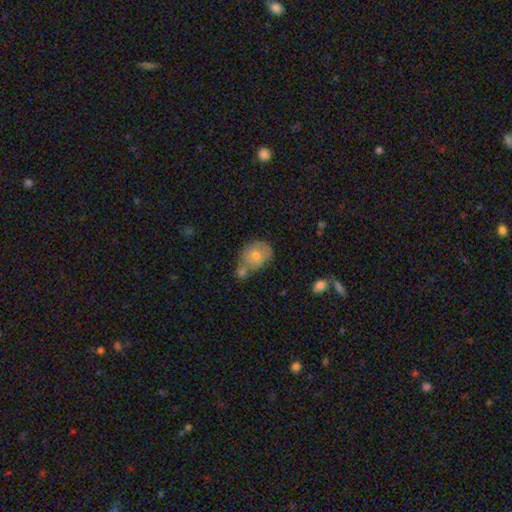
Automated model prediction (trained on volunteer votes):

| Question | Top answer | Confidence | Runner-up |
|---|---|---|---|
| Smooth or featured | smooth | 69% | featured or disk (24%) |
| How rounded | round | 59% | in between (40%) |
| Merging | merger | 42% | none (34%) |